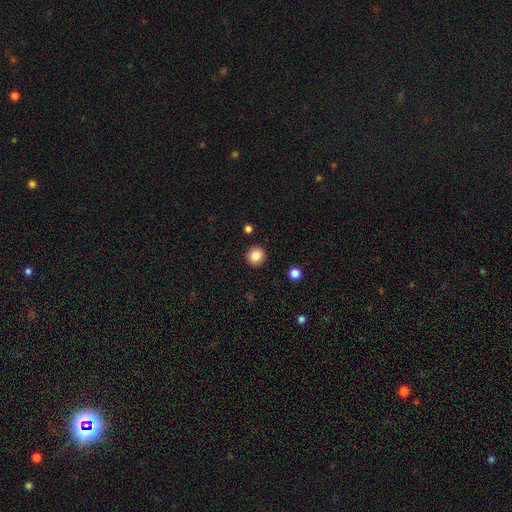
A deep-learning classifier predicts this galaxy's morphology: Smooth or featured? Predicted: smooth (p=0.84). How rounded? Predicted: round (p=0.93). Merging? Predicted: none (p=0.92).